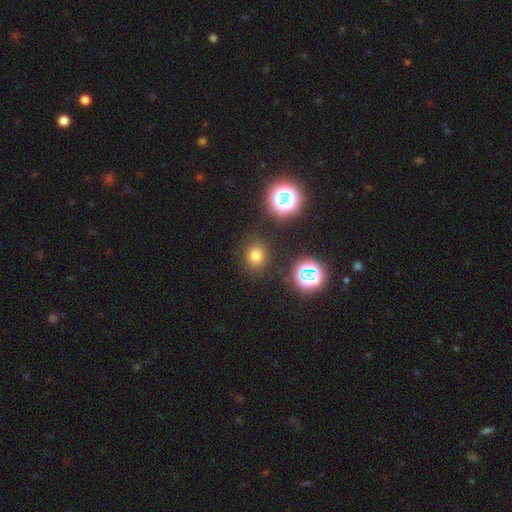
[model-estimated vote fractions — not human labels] Q: Smooth or featured?
A: smooth (72%); runner-up: star or artifact (22%)
Q: How rounded?
A: round (79%); runner-up: in between (20%)
Q: Merging?
A: none (87%); runner-up: minor disturbance (8%)